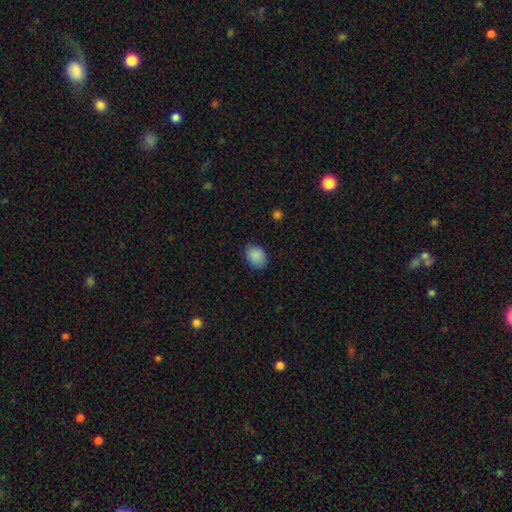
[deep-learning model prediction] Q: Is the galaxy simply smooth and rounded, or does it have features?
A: smooth — 89%.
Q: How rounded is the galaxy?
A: in between — 68%.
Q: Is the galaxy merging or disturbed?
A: none — 85%.